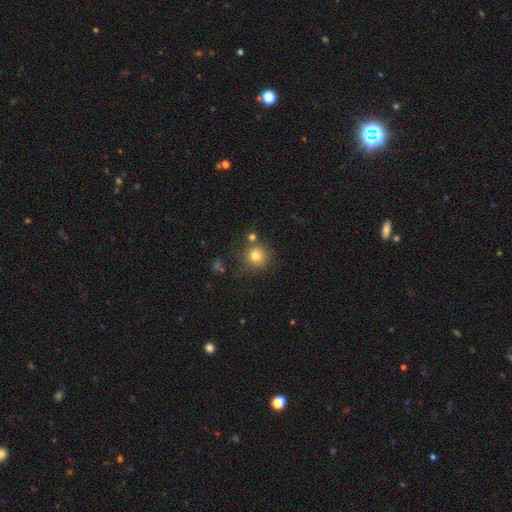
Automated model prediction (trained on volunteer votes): smooth-or-featured: smooth: 79% | star or artifact: 13% | featured or disk: 8%
  how-rounded: round: 92% | in between: 7% | cigar-shaped: 1%
  merging: none: 75% | minor disturbance: 11% | merger: 10% | major disturbance: 4%